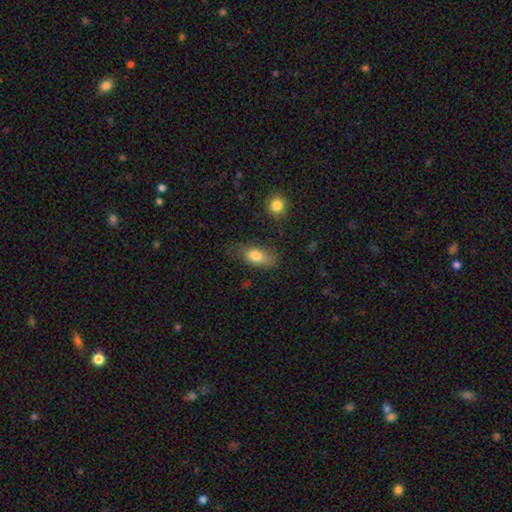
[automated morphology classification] The model was most divided on "merging": none: 63%, minor disturbance: 25%, major disturbance: 10%, merger: 3%. More confident: how rounded — in between (84%); smooth or featured — smooth (78%).